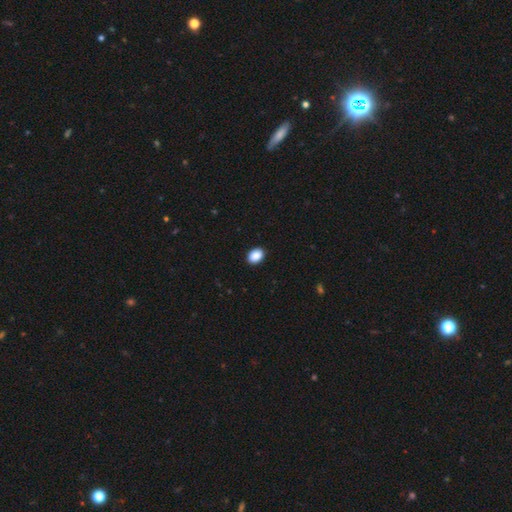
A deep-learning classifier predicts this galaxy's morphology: smooth-or-featured: smooth: 90% | star or artifact: 8% | featured or disk: 3%
  how-rounded: in between: 77% | round: 22% | cigar-shaped: 1%
  merging: none: 91% | minor disturbance: 6% | major disturbance: 2% | merger: 1%